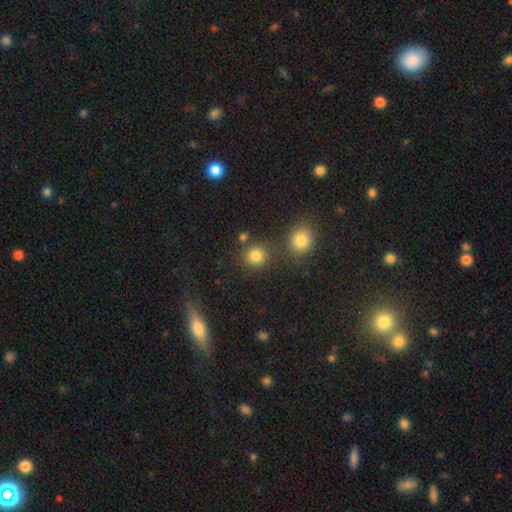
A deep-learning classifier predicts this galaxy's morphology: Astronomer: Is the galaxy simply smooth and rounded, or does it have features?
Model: smooth — 81%.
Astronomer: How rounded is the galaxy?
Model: round — 87%.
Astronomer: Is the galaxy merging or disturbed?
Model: none — 75%.